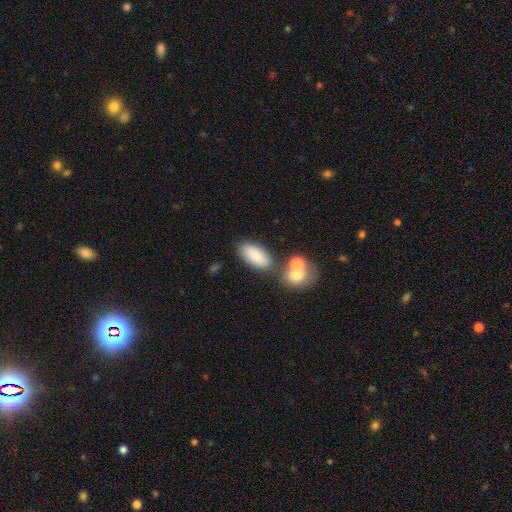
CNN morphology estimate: Q: Smooth or featured?
A: smooth (86%); runner-up: star or artifact (7%)
Q: How rounded?
A: in between (91%); runner-up: cigar-shaped (6%)
Q: Merging?
A: none (72%); runner-up: minor disturbance (12%)